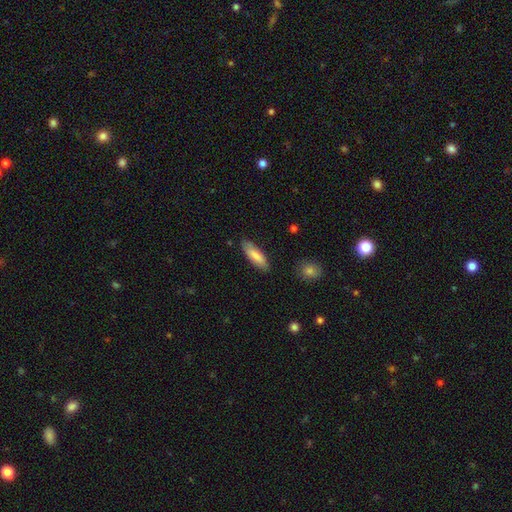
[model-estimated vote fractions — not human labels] Q: Smooth or featured?
A: smooth (82%); runner-up: featured or disk (12%)
Q: How rounded?
A: in between (53%); runner-up: cigar-shaped (46%)
Q: Merging?
A: none (83%); runner-up: minor disturbance (13%)